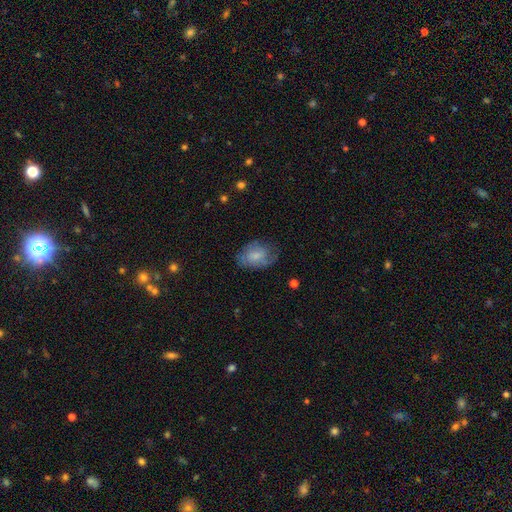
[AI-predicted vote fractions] A smooth galaxy with no disk features (53%) that is in between round and cigar-shaped (81%).

Vote fractions:
- Smooth or featured? smooth: 53% / featured or disk: 39% / star or artifact: 8%
- How rounded? in between: 81% / round: 17% / cigar-shaped: 1%
- Merging? none: 58% / minor disturbance: 27% / major disturbance: 14% / merger: 1%